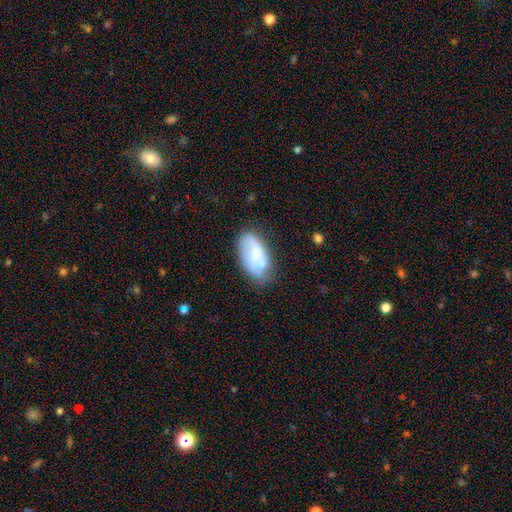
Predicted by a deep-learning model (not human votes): Smooth or featured? smooth (51%)
How rounded? in between (92%)
Merging? none (55%)